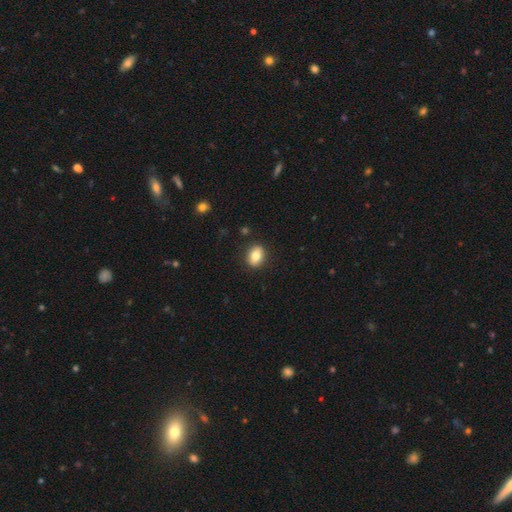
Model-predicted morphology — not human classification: A smooth galaxy with no disk features (81%) that is in between round and cigar-shaped (74%). Merging: none (88%).